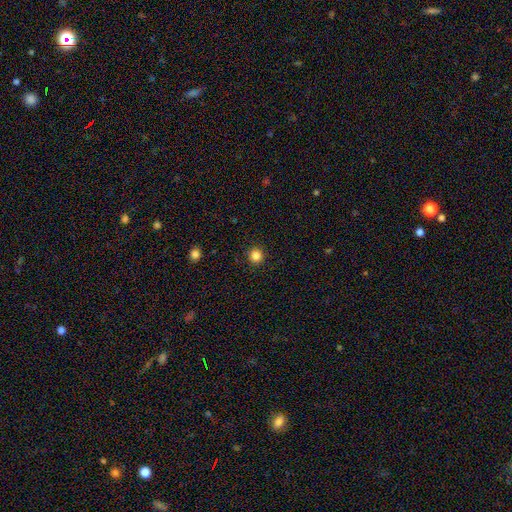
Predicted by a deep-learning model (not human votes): This appears to be a smooth galaxy with no disk features (84%) that is round (94%). Merging: none (93%).